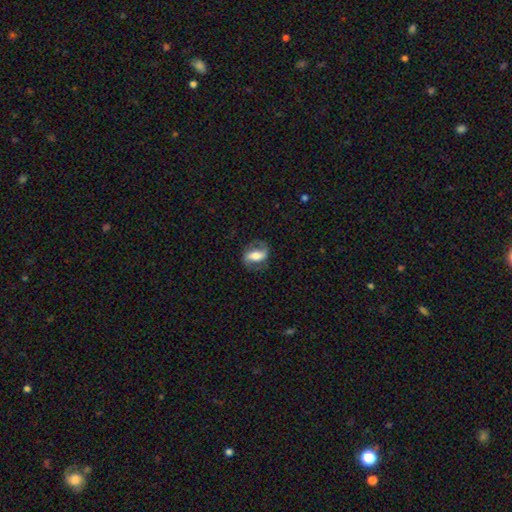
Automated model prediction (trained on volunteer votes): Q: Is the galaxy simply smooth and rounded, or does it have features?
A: featured or disk — 58%.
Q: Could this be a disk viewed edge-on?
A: no — 90%.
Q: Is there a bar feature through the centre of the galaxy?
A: strong — 50%.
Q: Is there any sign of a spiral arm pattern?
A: yes — 79%.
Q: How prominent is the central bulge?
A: moderate — 52%.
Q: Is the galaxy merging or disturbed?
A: none — 73%.